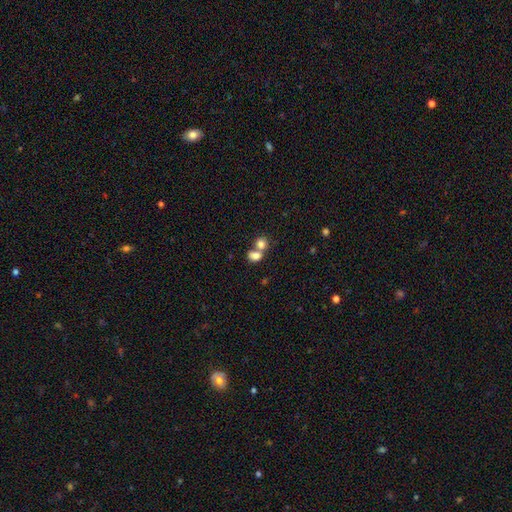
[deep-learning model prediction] Smooth or featured?
  - smooth: 79% *
  - featured or disk: 11%
  - star or artifact: 10%
How rounded?
  - round: 49% * (tied)
  - in between: 49% * (tied)
  - cigar-shaped: 1%
Merging?
  - merger: 60% *
  - none: 30%
  - minor disturbance: 7%
  - major disturbance: 3%